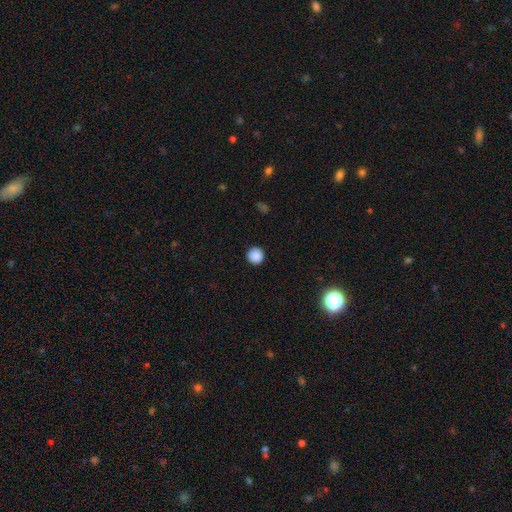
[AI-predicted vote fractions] smooth 88%, star or artifact 10%, featured or disk 3%. Down the decision tree: how rounded — round (96%); merging — none (92%).